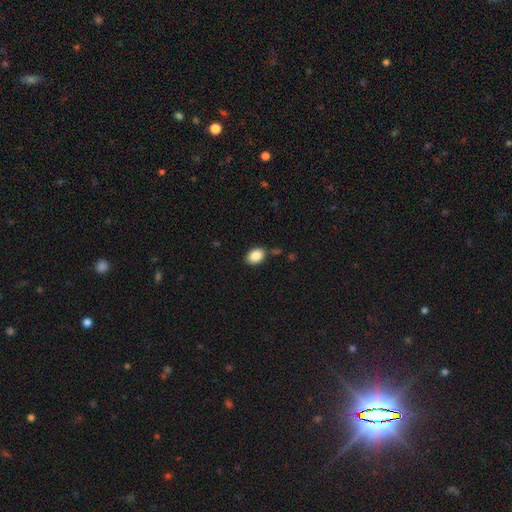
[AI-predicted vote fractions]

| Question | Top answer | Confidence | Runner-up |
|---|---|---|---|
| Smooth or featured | smooth | 87% | star or artifact (8%) |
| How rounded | in between | 78% | round (21%) |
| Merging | none | 82% | minor disturbance (11%) |